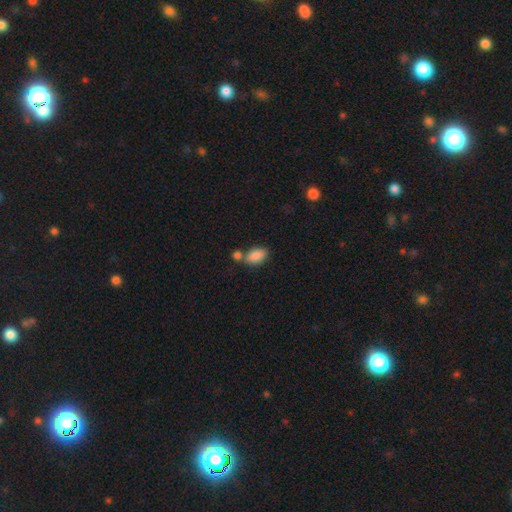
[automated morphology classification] A smooth galaxy with no disk features (87%) that is in between round and cigar-shaped (90%). Merging: none (52%).